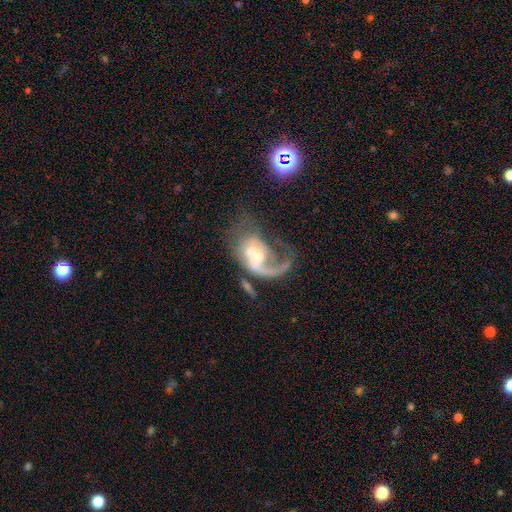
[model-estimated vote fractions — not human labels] smooth-or-featured: featured or disk: 76% | smooth: 16% | star or artifact: 8%
  disk-edge-on: no: 97% | yes: 3%
    bar: no: 65% | weak: 28% | strong: 7%
    has-spiral-arms: yes: 79% | no: 21%
      spiral-winding: loose: 54% | medium: 32% | tight: 14%
      spiral-arm-count: 1: 72% | 2: 15% | can't tell: 8% | 3: 2% | 4: 1% | more than 4: 1%
    bulge-size: moderate: 48% | small: 39% | large: 6% | none: 5% | dominant: 2%
  merging: major disturbance: 36% | merger: 35% | none: 19% | minor disturbance: 10%